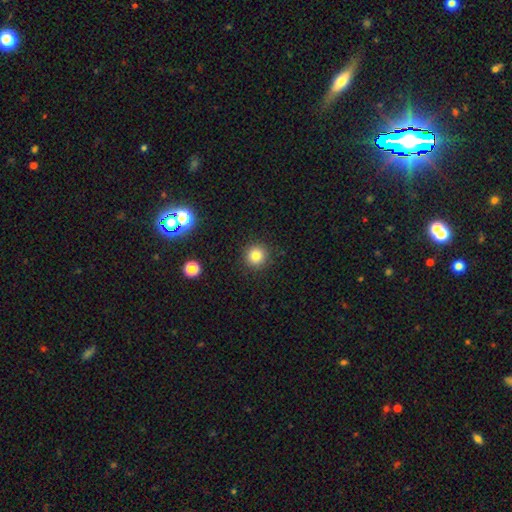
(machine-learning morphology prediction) smooth 81%, star or artifact 13%, featured or disk 6%. Down the decision tree: how rounded — round (94%); merging — none (91%).